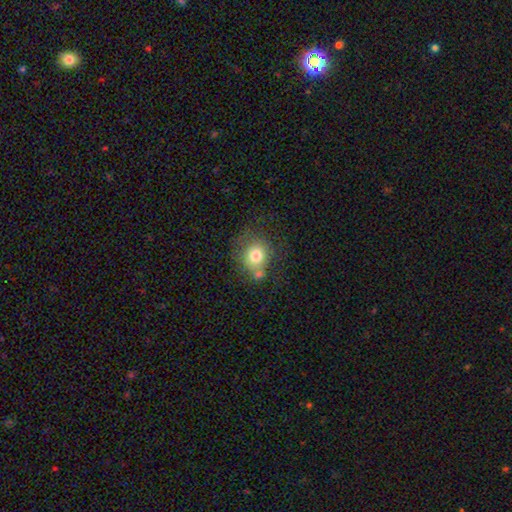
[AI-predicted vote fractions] This appears to be a smooth galaxy with no disk features (77%) that is round (75%). Merging: none (51%).